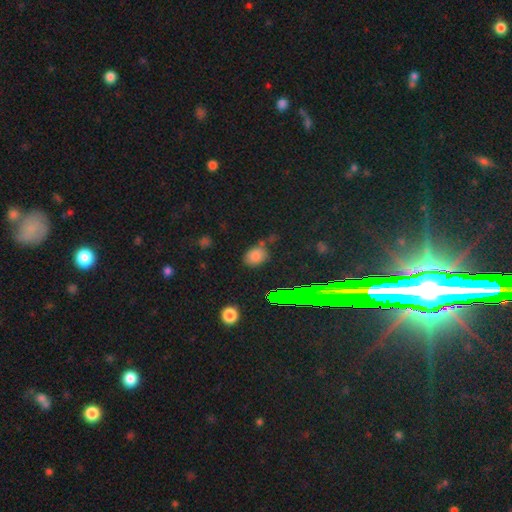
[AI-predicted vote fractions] smooth 73%, star or artifact 20%, featured or disk 7%. Down the decision tree: how rounded — in between (60%); merging — none (66%).